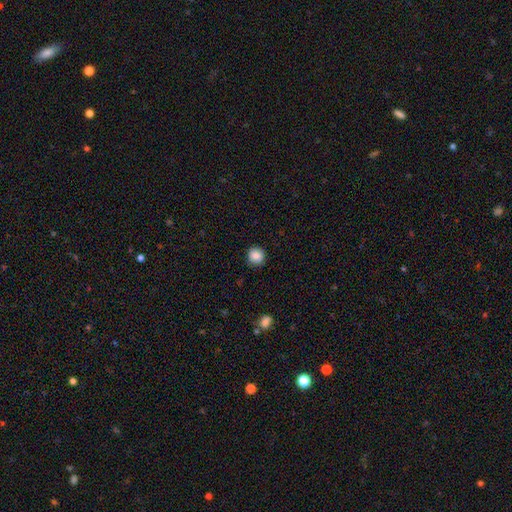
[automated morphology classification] The model was most divided on "smooth or featured": smooth: 86%, star or artifact: 9%, featured or disk: 4%. More confident: merging — none (90%); how rounded — round (89%).